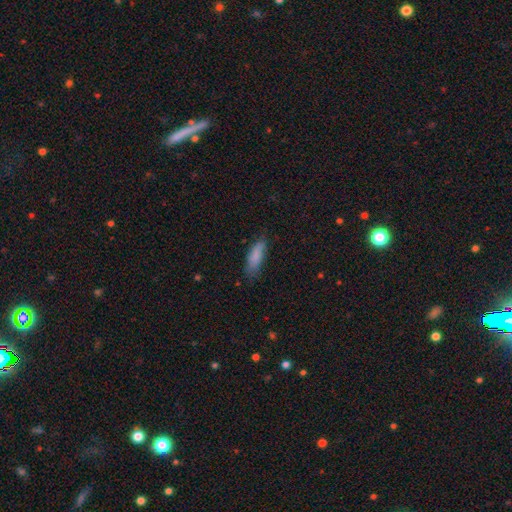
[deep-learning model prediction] smooth_or_featured: smooth (p=0.83) [alt: featured or disk p=0.09]
how_rounded: in between (p=0.58) [alt: cigar-shaped p=0.40]
merging: none (p=0.61) [alt: minor disturbance p=0.29]